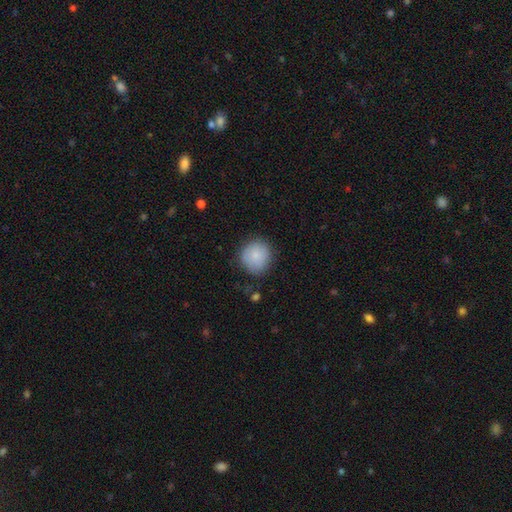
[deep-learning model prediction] Smooth or featured?
  - smooth: 83% *
  - featured or disk: 10%
  - star or artifact: 7%
How rounded?
  - round: 90% *
  - in between: 9%
  - cigar-shaped: 1%
Merging?
  - none: 75% *
  - minor disturbance: 18%
  - major disturbance: 5%
  - merger: 2%